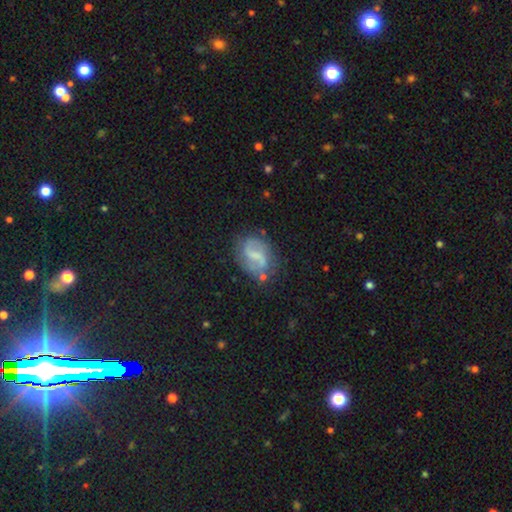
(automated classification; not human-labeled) Smooth or featured?
  - featured or disk: 75% *
  - smooth: 18%
  - star or artifact: 7%
Edge-on disk?
  - no: 98% *
  - yes: 2%
Bar?
  - weak: 51% *
  - strong: 30%
  - no: 19%
Spiral arms?
  - yes: 89% *
  - no: 11%
Spiral winding?
  - loose: 46% *
  - medium: 40%
  - tight: 14%
Spiral arm count?
  - 2: 87% *
  - can't tell: 6%
  - 1: 4%
  - 3: 1%
  - 4: 1%
  - more than 4: 1%
Bulge size?
  - none: 43% *
  - small: 35%
  - moderate: 18%
  - large: 3%
  - dominant: 1%
Merging?
  - none: 67% *
  - minor disturbance: 20%
  - major disturbance: 9%
  - merger: 5%